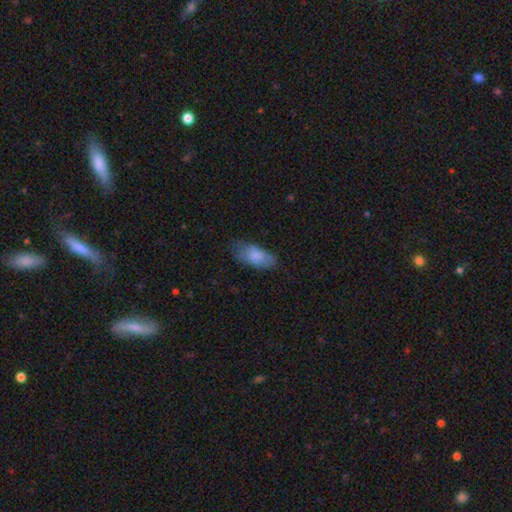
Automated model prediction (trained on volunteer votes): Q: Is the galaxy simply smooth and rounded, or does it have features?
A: smooth — 78%.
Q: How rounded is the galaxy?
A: in between — 90%.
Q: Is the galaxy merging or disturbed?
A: none — 59%.